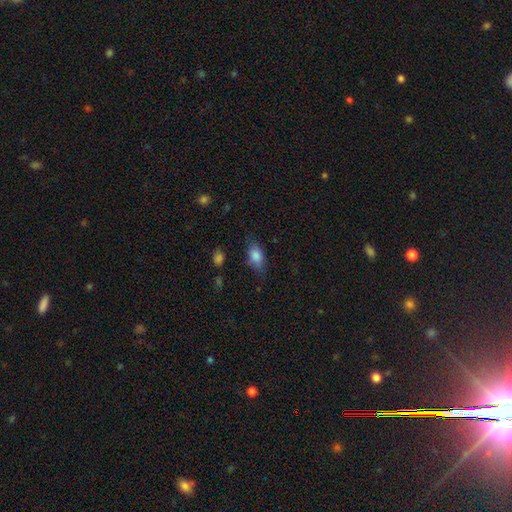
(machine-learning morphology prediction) smooth-or-featured: smooth: 82% | featured or disk: 9% | star or artifact: 9%
  how-rounded: in between: 86% | round: 7% | cigar-shaped: 7%
  merging: none: 72% | minor disturbance: 21% | major disturbance: 6% | merger: 2%